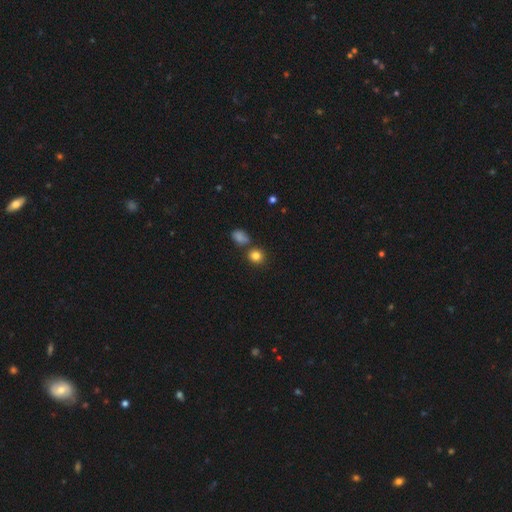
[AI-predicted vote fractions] Smooth or featured: smooth — 82% (star or artifact — 12%)
How rounded: round — 84% (in between — 15%)
Merging: none — 72% (merger — 16%)